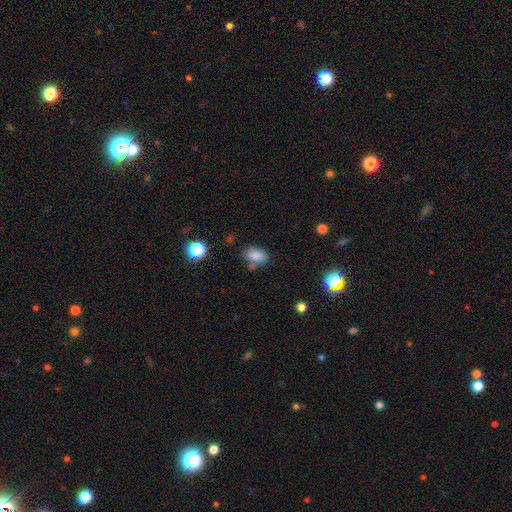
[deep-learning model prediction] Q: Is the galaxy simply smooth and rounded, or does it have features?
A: smooth — 83%.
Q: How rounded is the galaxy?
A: in between — 88%.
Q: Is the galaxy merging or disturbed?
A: none — 66%.